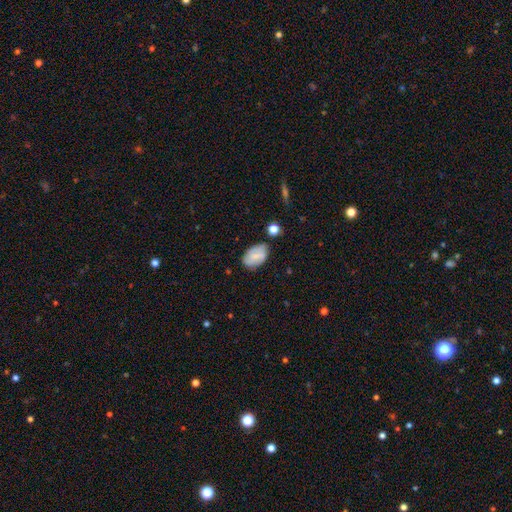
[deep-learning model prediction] Overall: smooth (65%; featured or disk 26%). How rounded: in between (88%). Merging: none (70%).